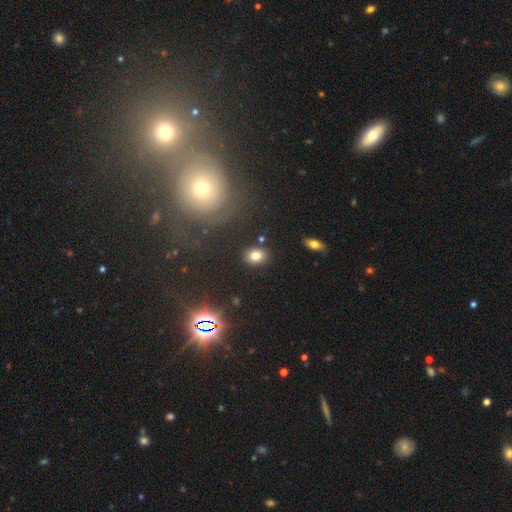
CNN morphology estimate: A smooth galaxy with no disk features (79%) that is in between round and cigar-shaped (54%). Merging: none (85%).